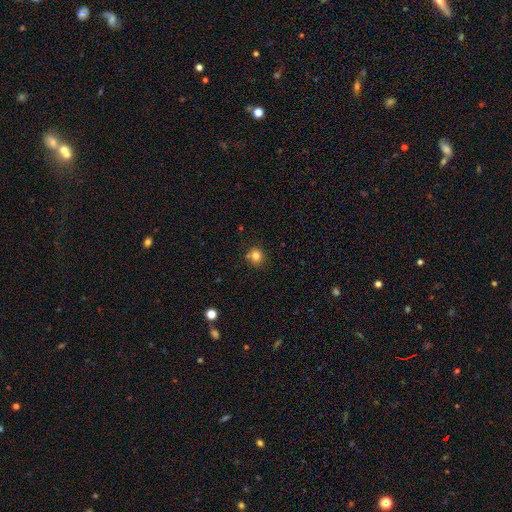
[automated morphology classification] type=smooth (81%); roundness=round (90%); merging=none (78%).